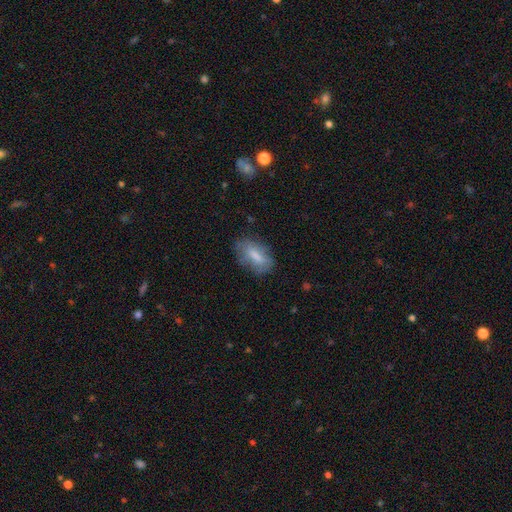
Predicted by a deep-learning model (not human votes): Smooth or featured? smooth (68%)
How rounded? in between (85%)
Merging? none (67%)